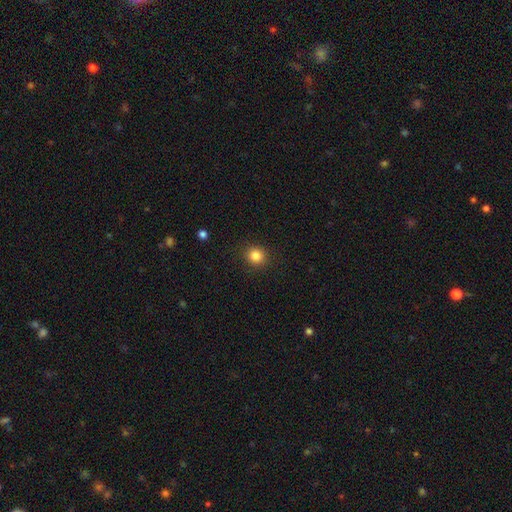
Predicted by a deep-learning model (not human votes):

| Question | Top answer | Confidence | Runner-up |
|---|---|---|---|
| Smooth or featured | smooth | 84% | star or artifact (12%) |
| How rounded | round | 87% | in between (12%) |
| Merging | none | 91% | minor disturbance (6%) |